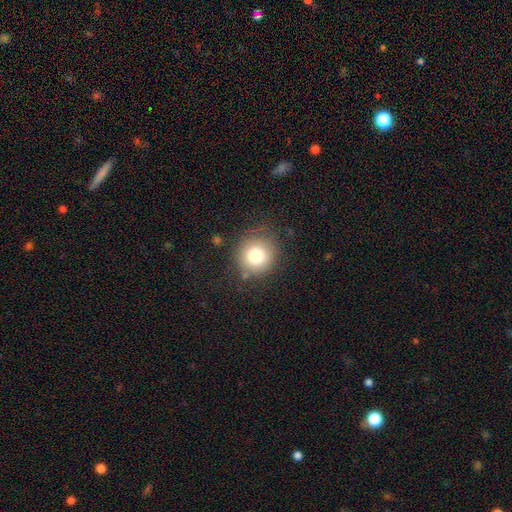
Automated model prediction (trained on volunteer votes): smooth-or-featured: smooth: 79% | star or artifact: 11% | featured or disk: 10%
  how-rounded: round: 91% | in between: 8% | cigar-shaped: 1%
  merging: none: 80% | minor disturbance: 12% | major disturbance: 5% | merger: 2%